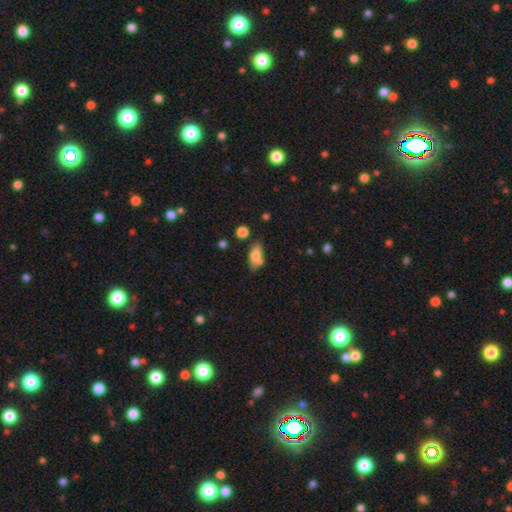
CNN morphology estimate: Smooth or featured? Predicted: smooth (p=0.71). How rounded? Predicted: in between (p=0.81). Merging? Predicted: none (p=0.57).